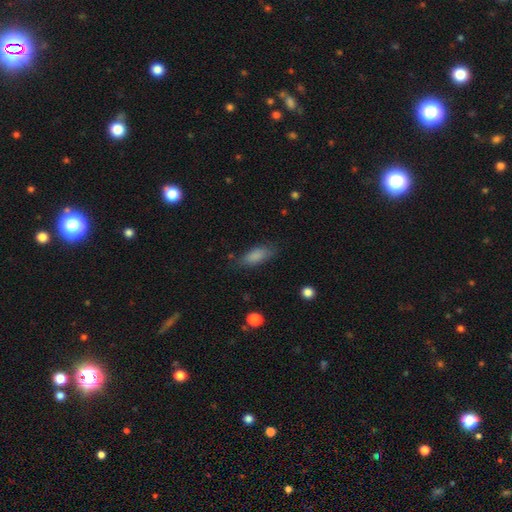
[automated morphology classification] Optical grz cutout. It shows a smooth galaxy with no disk features (85%) that is in between round and cigar-shaped (75%). Merging: none (75%).